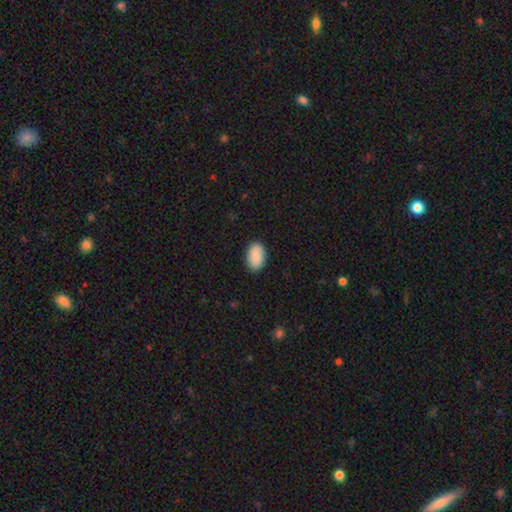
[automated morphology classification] This is clearly a smooth galaxy (90%). How rounded: clearly in between (93%). Merging: clearly none (89%).